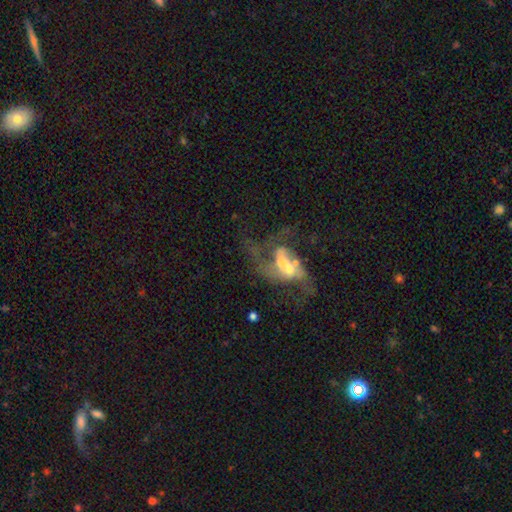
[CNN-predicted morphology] smooth_or_featured: featured or disk (p=0.73) [alt: star or artifact p=0.16]
disk_edge_on: no (p=0.94) [alt: yes p=0.06]
bar: weak (p=0.44) [alt: no p=0.37]
has_spiral_arms: yes (p=0.86) [alt: no p=0.14]
spiral_winding: loose (p=0.49) [alt: medium p=0.38]
spiral_arm_count: 2 (p=0.39) [alt: 3 p=0.20]
bulge_size: moderate (p=0.50) [alt: small p=0.27]
merging: none (p=0.42) [alt: major disturbance p=0.32]